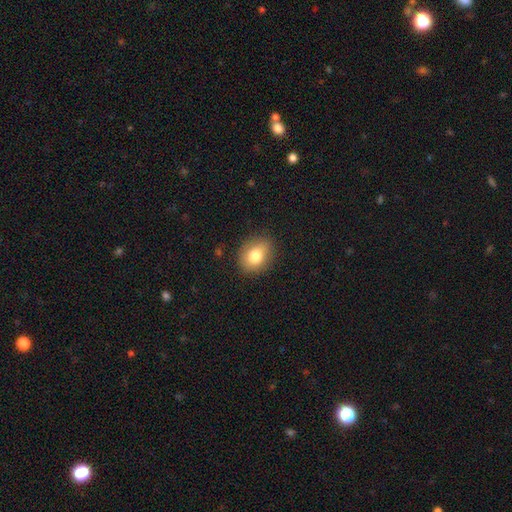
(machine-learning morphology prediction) smooth-or-featured: smooth: 80% | featured or disk: 11% | star or artifact: 9%
  how-rounded: in between: 53% | round: 46% | cigar-shaped: 1%
  merging: none: 83% | minor disturbance: 12% | major disturbance: 3% | merger: 1%